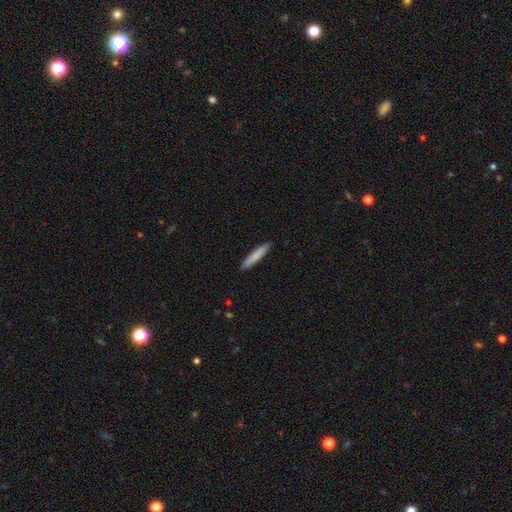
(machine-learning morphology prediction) Overall: smooth (81%). How rounded: cigar-shaped (90%). Merging: none (90%).